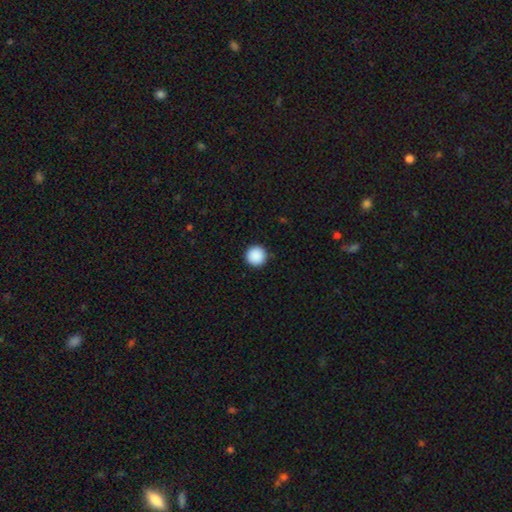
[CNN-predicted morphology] Overall: smooth (89%). How rounded: round (97%). Merging: none (93%).